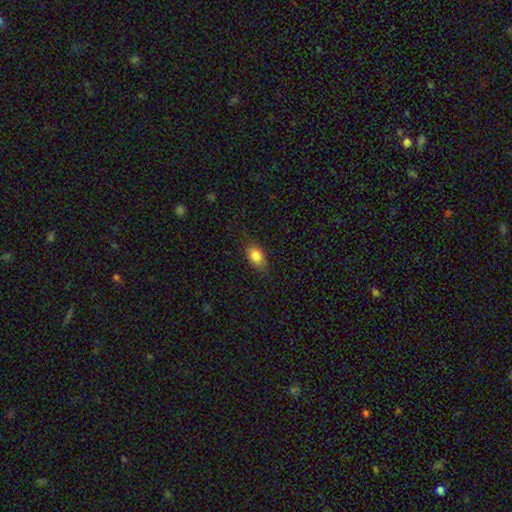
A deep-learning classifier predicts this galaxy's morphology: Overall: smooth (84%). How rounded: in between (82%). Merging: none (82%).